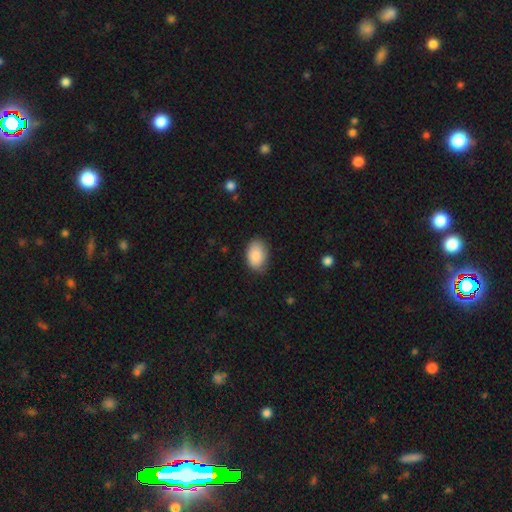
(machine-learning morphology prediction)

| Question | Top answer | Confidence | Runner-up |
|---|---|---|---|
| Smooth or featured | smooth | 89% | star or artifact (6%) |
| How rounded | in between | 90% | round (9%) |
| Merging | none | 78% | minor disturbance (17%) |